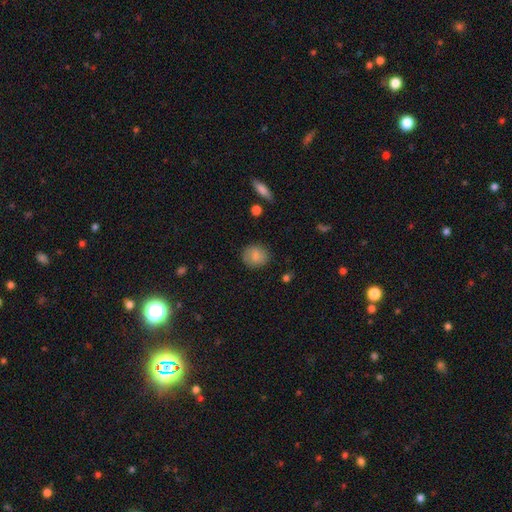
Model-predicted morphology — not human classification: Smooth or featured: smooth — 81% (featured or disk — 11%)
How rounded: round — 77% (in between — 21%)
Merging: none — 85% (minor disturbance — 11%)